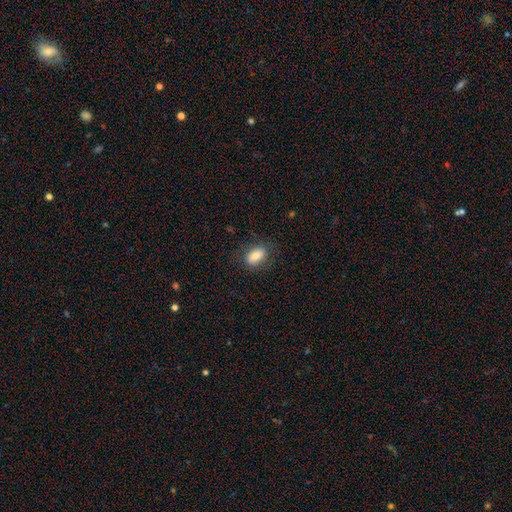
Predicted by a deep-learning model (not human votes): Morphology: type=smooth (80%); roundness=in between (87%); merging=none (76%).